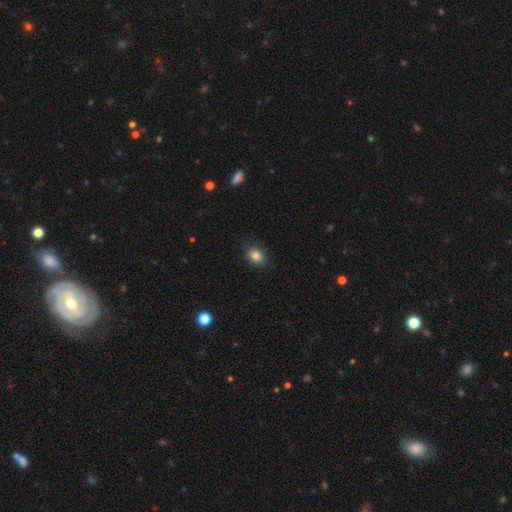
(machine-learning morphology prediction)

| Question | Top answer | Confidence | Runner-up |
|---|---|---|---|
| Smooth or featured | smooth | 84% | star or artifact (10%) |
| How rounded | in between | 57% | round (42%) |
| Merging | none | 86% | minor disturbance (11%) |